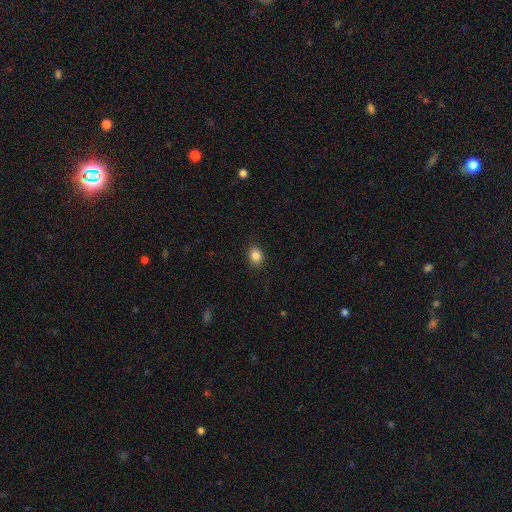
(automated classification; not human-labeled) The model was most divided on "how rounded": round: 55%, in between: 44%, cigar-shaped: 1%. More confident: merging — none (89%); smooth or featured — smooth (86%).